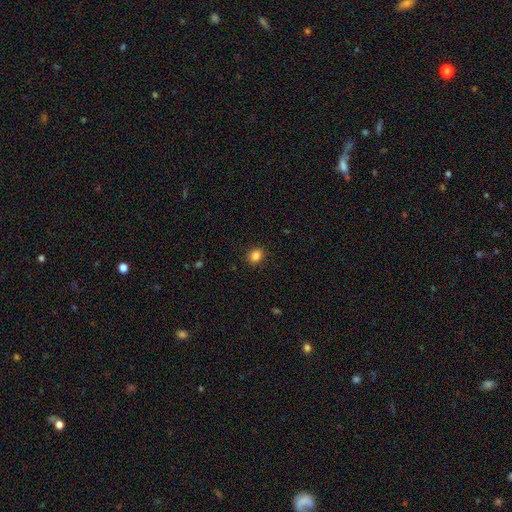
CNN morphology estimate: A smooth galaxy with no disk features (85%) that is round (75%).

Vote fractions:
- Smooth or featured? smooth: 85% / star or artifact: 11% / featured or disk: 4%
- How rounded? round: 75% / in between: 24% / cigar-shaped: 1%
- Merging? none: 90% / minor disturbance: 7% / major disturbance: 2% / merger: 1%